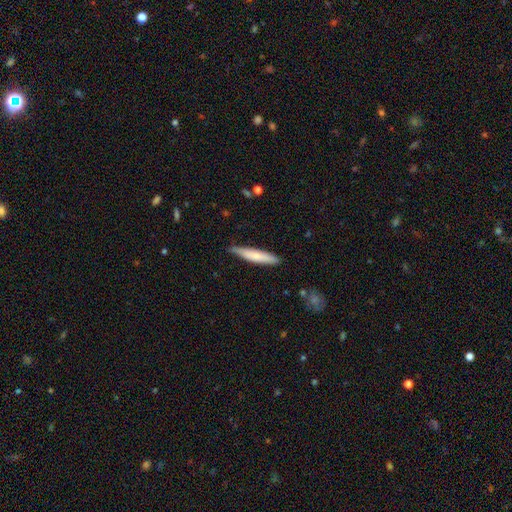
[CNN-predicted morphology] Smooth or featured?
  - smooth: 69% *
  - featured or disk: 26%
  - star or artifact: 5%
How rounded?
  - cigar-shaped: 90% *
  - in between: 9%
  - round: 1%
Merging?
  - none: 81% *
  - minor disturbance: 16%
  - major disturbance: 2%
  - merger: 1%